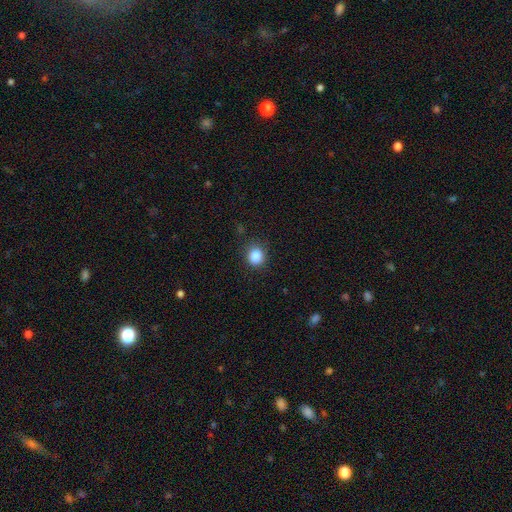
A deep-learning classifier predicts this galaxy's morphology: Smooth or featured? smooth (85%)
How rounded? round (77%)
Merging? none (84%)